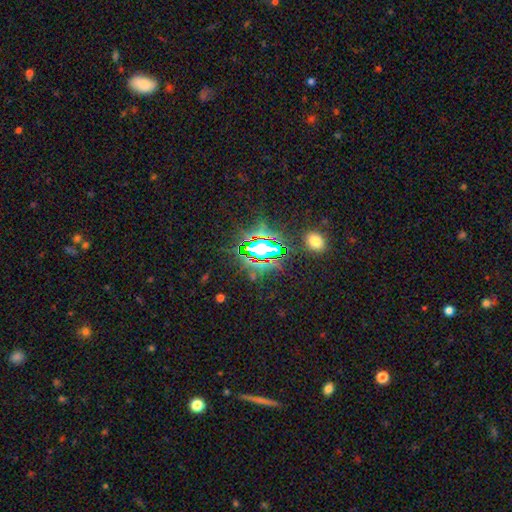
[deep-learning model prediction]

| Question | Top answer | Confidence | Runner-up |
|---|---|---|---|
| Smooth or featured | star or artifact | 82% | smooth (11%) |